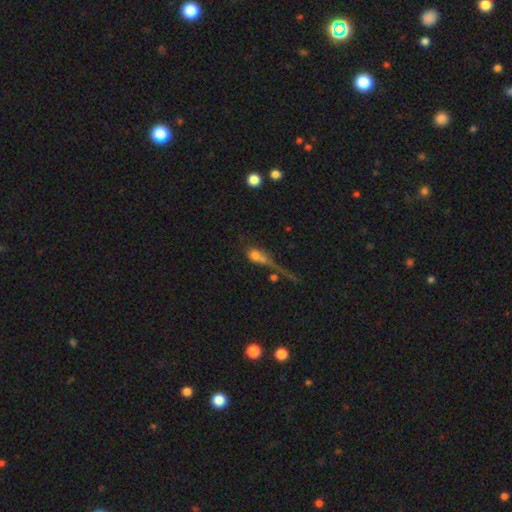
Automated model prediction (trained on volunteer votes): Smooth or featured: smooth — 55% (featured or disk — 27%)
How rounded: in between — 49% (round — 35%)
Merging: merger — 40% (major disturbance — 26%)